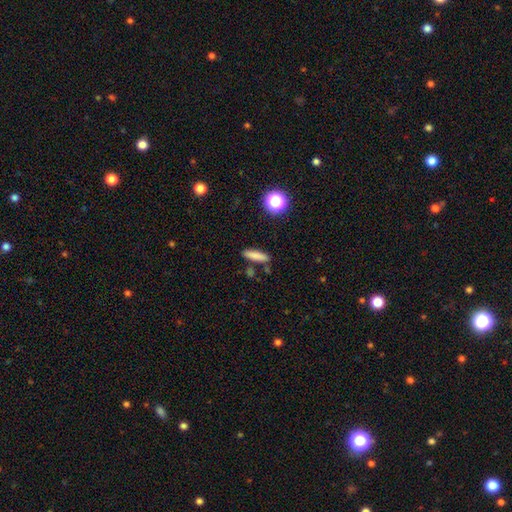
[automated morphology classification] This is clearly a smooth galaxy (81%). How rounded: likely cigar-shaped (73%). Merging: clearly none (84%).